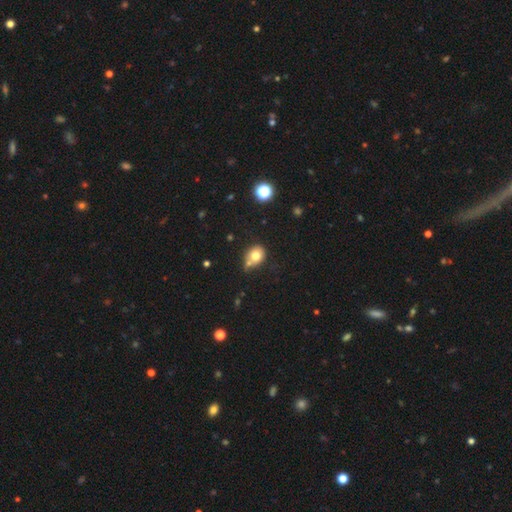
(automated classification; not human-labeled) Q: Smooth or featured?
A: smooth (75%); runner-up: featured or disk (14%)
Q: How rounded?
A: round (58%); runner-up: in between (41%)
Q: Merging?
A: none (47%); runner-up: merger (24%)